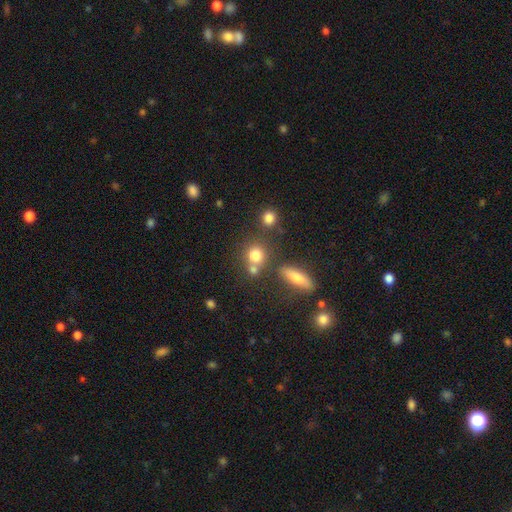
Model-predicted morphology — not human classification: A smooth galaxy with no disk features (75%) that is round (77%).

Vote fractions:
- Smooth or featured? smooth: 75% / star or artifact: 14% / featured or disk: 11%
- How rounded? round: 77% / in between: 20% / cigar-shaped: 3%
- Merging? none: 55% / merger: 29% / minor disturbance: 11% / major disturbance: 5%